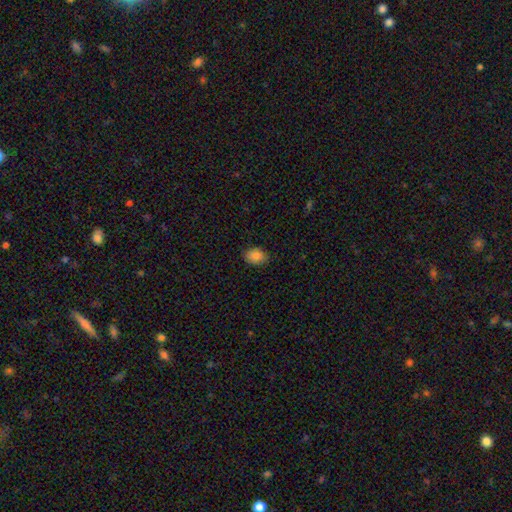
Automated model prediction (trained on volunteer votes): Smooth or featured: smooth — 86% (star or artifact — 8%)
How rounded: in between — 73% (round — 26%)
Merging: none — 84% (minor disturbance — 12%)